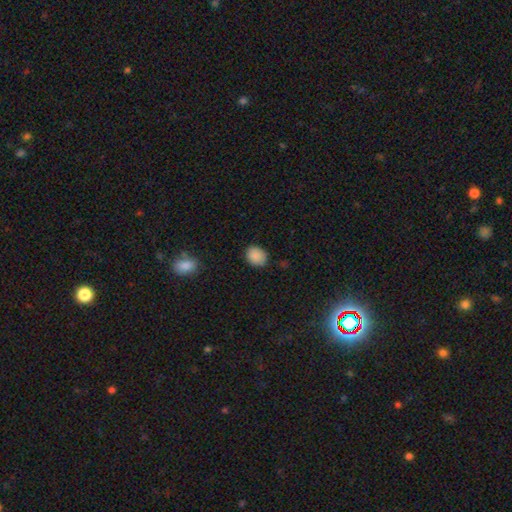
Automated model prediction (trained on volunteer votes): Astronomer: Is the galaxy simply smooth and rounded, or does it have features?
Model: smooth — 88%.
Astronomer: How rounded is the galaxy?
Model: round — 57% (runner-up: in between, 42%).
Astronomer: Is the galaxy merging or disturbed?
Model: none — 81%.